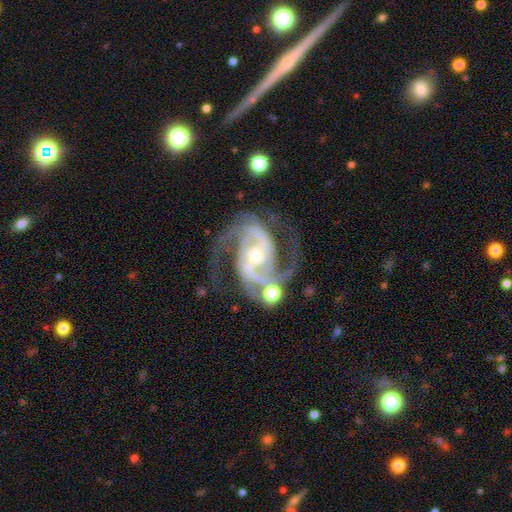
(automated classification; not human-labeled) A featured or disk galaxy (93%) with a weak bar (39%), 2 (81%) medium (61%) spiral arms (99%) and a moderate central bulge (58%). Merging: none (65%).